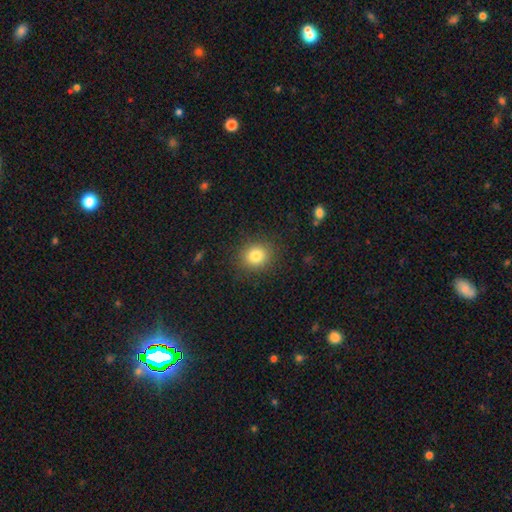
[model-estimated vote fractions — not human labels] Smooth or featured? Predicted: smooth (p=0.82). How rounded? Predicted: round (p=0.78). Merging? Predicted: none (p=0.88).